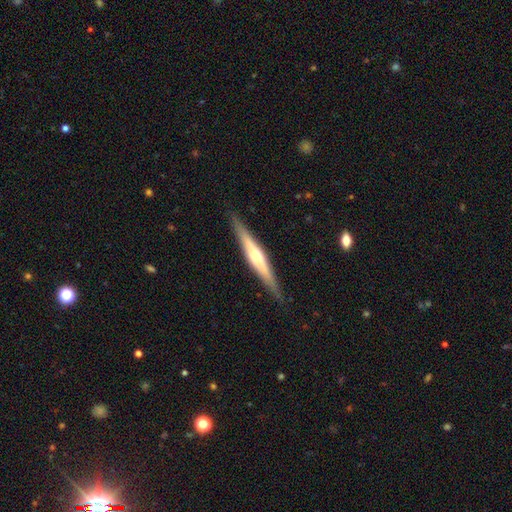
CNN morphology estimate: This appears to be a featured or disk galaxy (66%) viewed edge-on (97%) with a rounded central bulge (63%). Merging: none (90%).